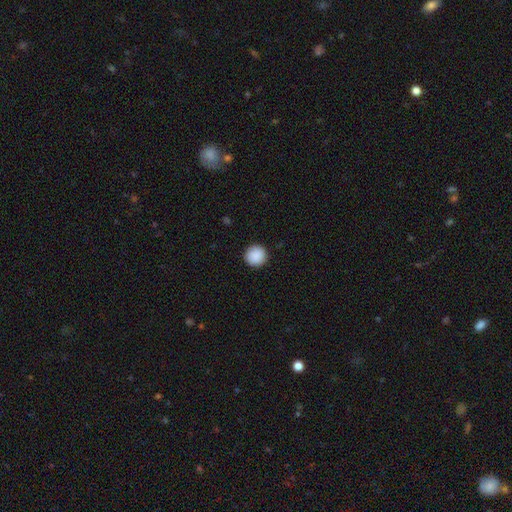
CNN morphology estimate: The model was most divided on "smooth or featured": smooth: 90%, star or artifact: 8%, featured or disk: 2%. More confident: how rounded — round (96%); merging — none (93%).